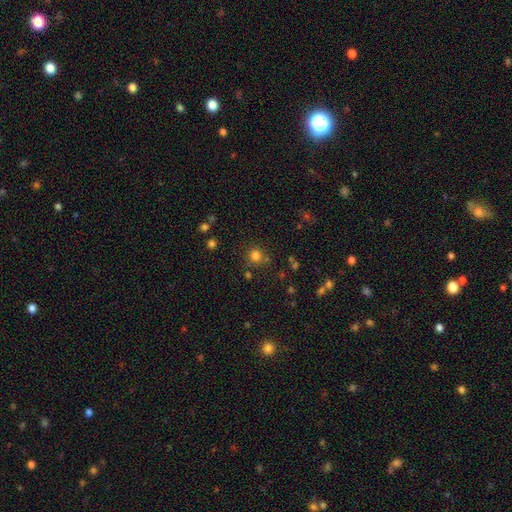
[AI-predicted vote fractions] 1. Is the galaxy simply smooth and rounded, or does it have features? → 77% smooth, 17% star or artifact, 6% featured or disk.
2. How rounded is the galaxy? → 93% round, 6% in between, 1% cigar-shaped.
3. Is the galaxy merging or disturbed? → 79% none, 9% minor disturbance, 8% merger, 4% major disturbance.